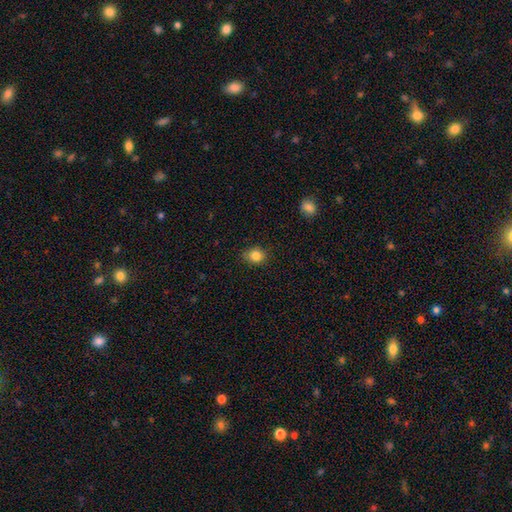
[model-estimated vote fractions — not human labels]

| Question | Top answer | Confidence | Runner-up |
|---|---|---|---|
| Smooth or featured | smooth | 84% | star or artifact (11%) |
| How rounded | round | 69% | in between (30%) |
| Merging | none | 84% | minor disturbance (13%) |